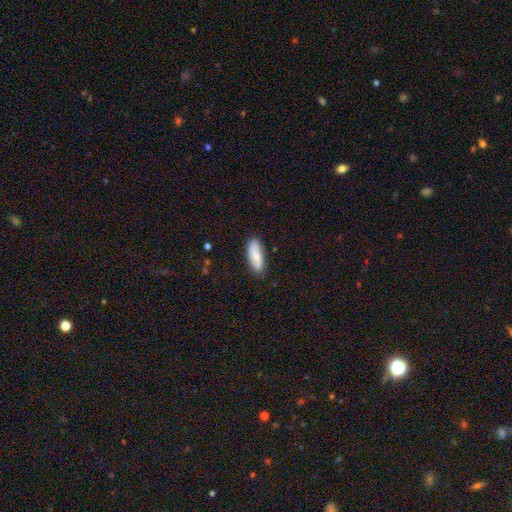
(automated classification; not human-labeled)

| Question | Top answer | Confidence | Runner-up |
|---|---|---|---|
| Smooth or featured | smooth | 78% | featured or disk (15%) |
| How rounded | in between | 71% | cigar-shaped (27%) |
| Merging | none | 80% | minor disturbance (16%) |